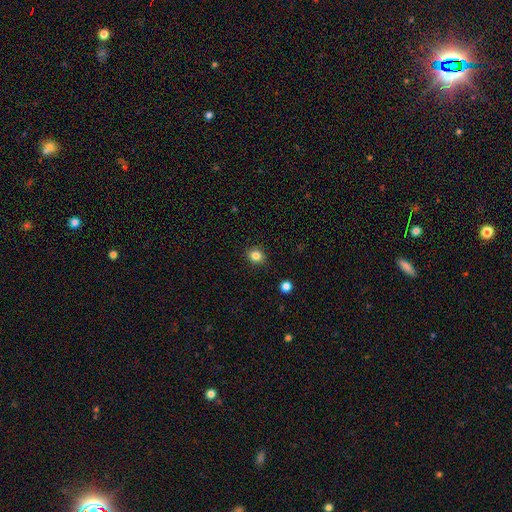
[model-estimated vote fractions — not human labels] Overall: smooth (84%). How rounded: round (80%). Merging: none (90%).